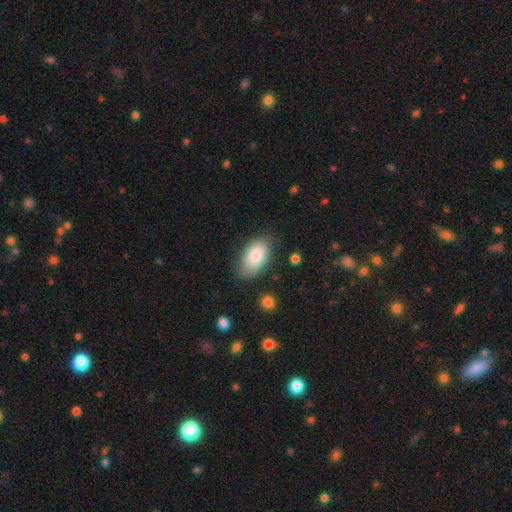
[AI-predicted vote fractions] Smooth or featured: smooth — 84% (featured or disk — 9%)
How rounded: in between — 94% (round — 4%)
Merging: none — 76% (minor disturbance — 18%)